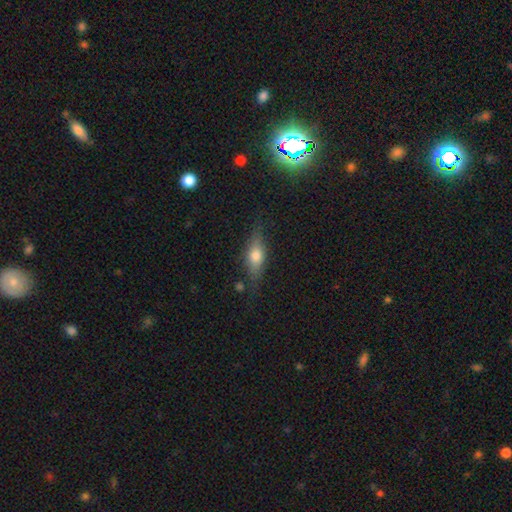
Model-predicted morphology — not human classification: Smooth or featured: smooth — 56% (featured or disk — 36%)
How rounded: in between — 60% (cigar-shaped — 34%)
Merging: none — 74% (minor disturbance — 18%)